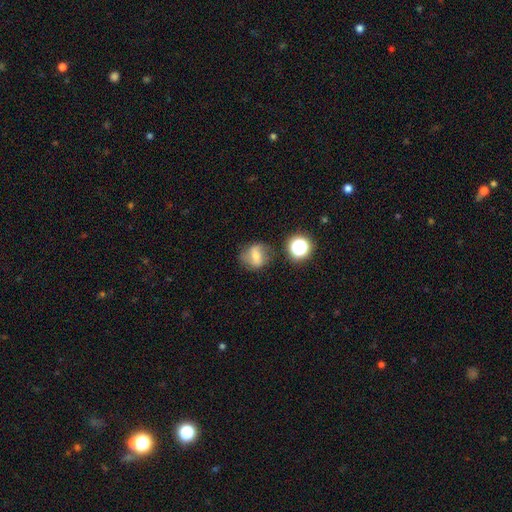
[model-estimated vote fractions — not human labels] Overall: smooth (46%; featured or disk 40%). Merging: none (70%).